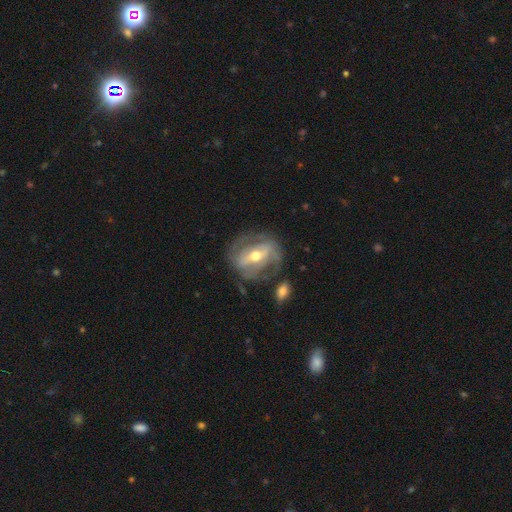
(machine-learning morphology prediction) This appears to be a featured or disk galaxy (82%) with a strong bar (60%), 2 (67%) tight (45%) spiral arms (75%) and a moderate central bulge (68%). Merging: none (67%).